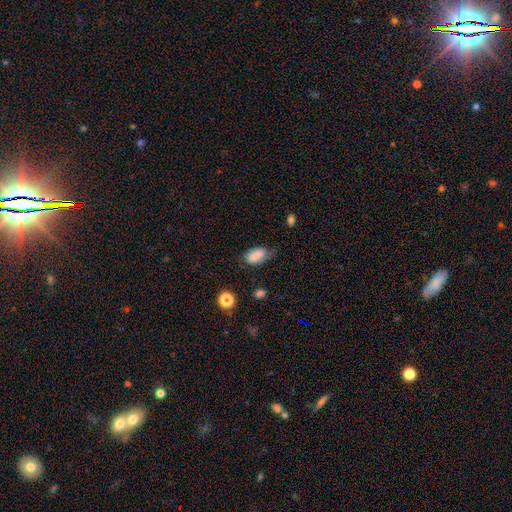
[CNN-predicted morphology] smooth_or_featured: smooth (p=0.83) [alt: featured or disk p=0.09]
how_rounded: in between (p=0.91) [alt: round p=0.06]
merging: none (p=0.50) [alt: minor disturbance p=0.36]